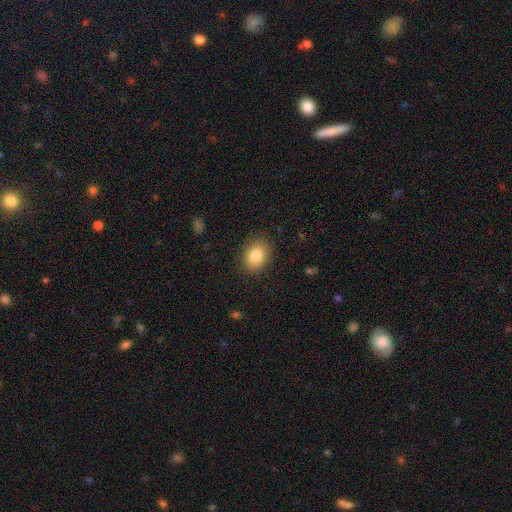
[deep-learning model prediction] Smooth or featured? smooth (84%)
How rounded? in between (67%)
Merging? none (87%)